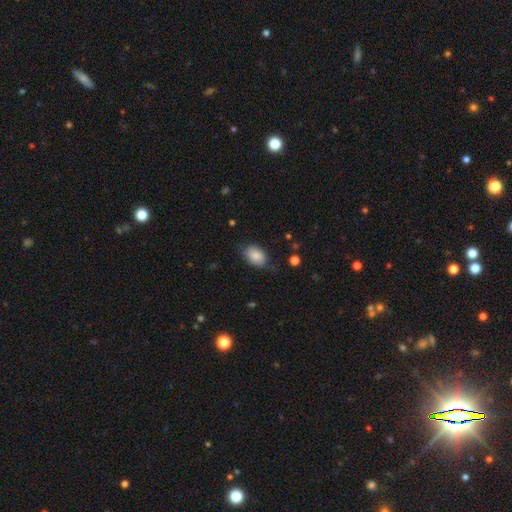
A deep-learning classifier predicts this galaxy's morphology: smooth 86%, star or artifact 7%, featured or disk 7%. Down the decision tree: how rounded — in between (85%); merging — none (69%).